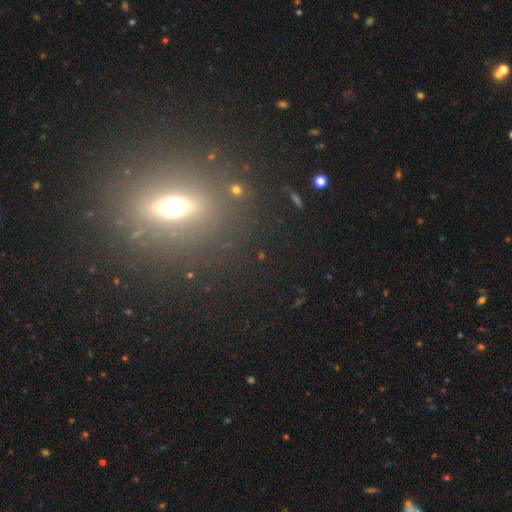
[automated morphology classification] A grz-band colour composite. It shows a featured or disk galaxy (42%). Merging: none (87%).